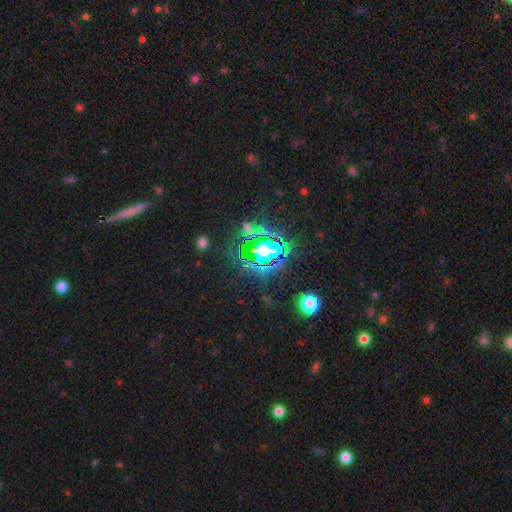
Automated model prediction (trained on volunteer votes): Smooth or featured?
  - star or artifact: 77% *
  - smooth: 14%
  - featured or disk: 9%